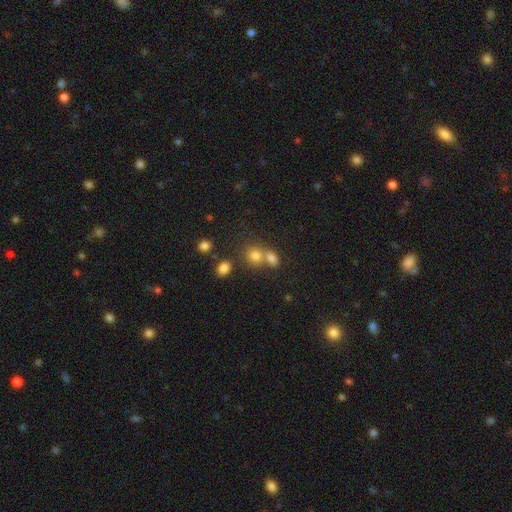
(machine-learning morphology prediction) This is likely a smooth galaxy (77%). How rounded: likely round (60%). Merging: marginally merger (43%, tied with none).